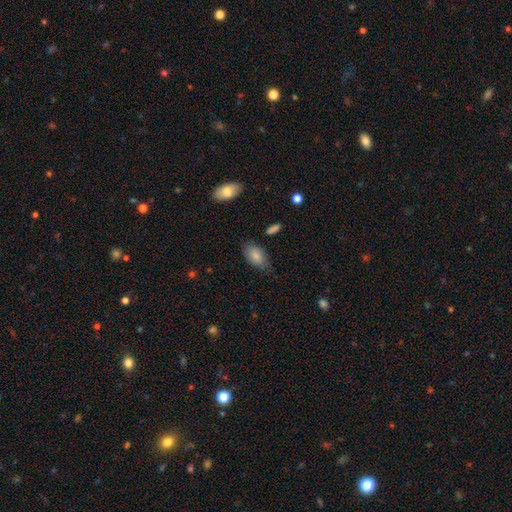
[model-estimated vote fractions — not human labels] Overall: smooth (83%). How rounded: in between (93%). Merging: none (69%).